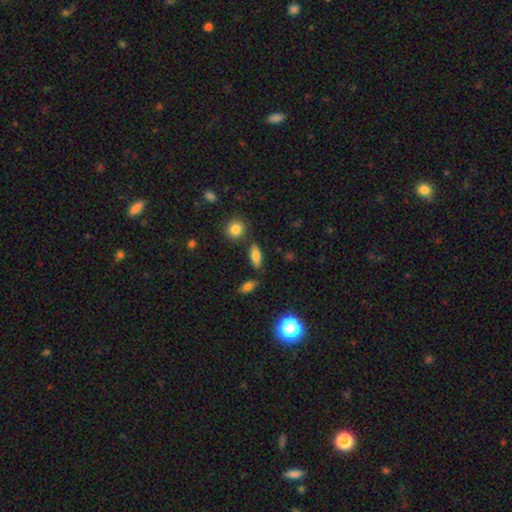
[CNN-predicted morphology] A smooth galaxy with no disk features (75%) that is in between round and cigar-shaped (71%). Merging: none (81%).